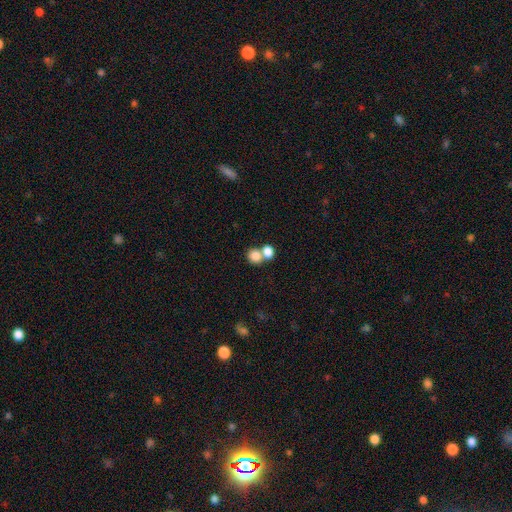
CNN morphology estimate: smooth_or_featured: smooth (p=0.81) [alt: featured or disk p=0.09]
how_rounded: round (p=0.72) [alt: in between p=0.26]
merging: merger (p=0.56) [alt: none p=0.35]